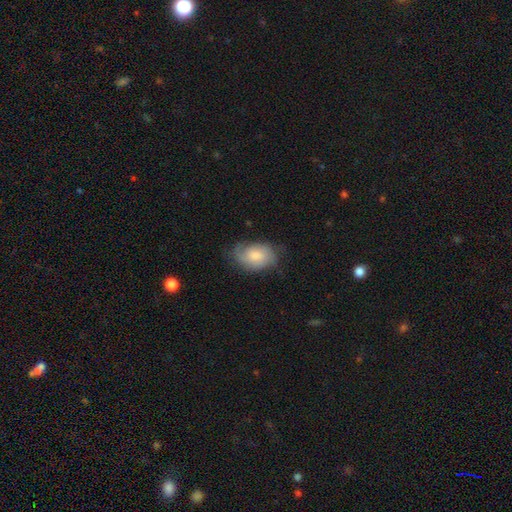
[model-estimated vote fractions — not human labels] This is likely a smooth galaxy (63%). How rounded: clearly in between (88%). Merging: likely none (61%).